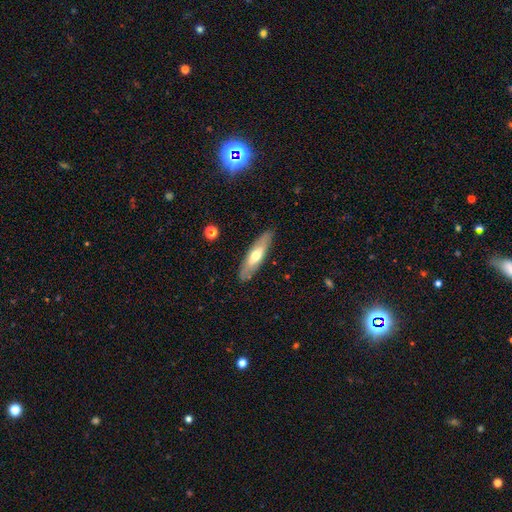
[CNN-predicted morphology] type=smooth (48%); merging=none (87%).